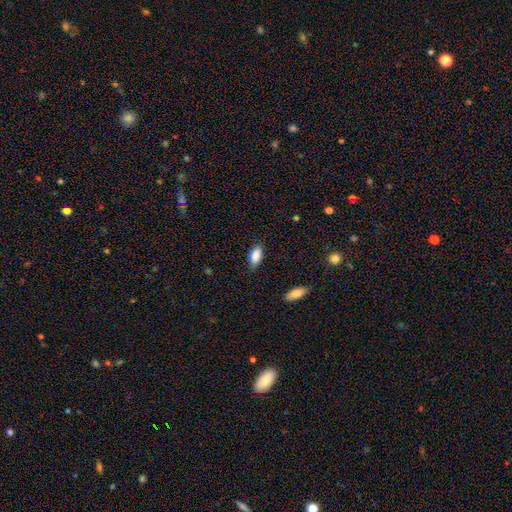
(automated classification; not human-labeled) smooth-or-featured: smooth: 85% | featured or disk: 8% | star or artifact: 7%
  how-rounded: in between: 87% | cigar-shaped: 10% | round: 3%
  merging: none: 72% | minor disturbance: 23% | major disturbance: 4% | merger: 1%